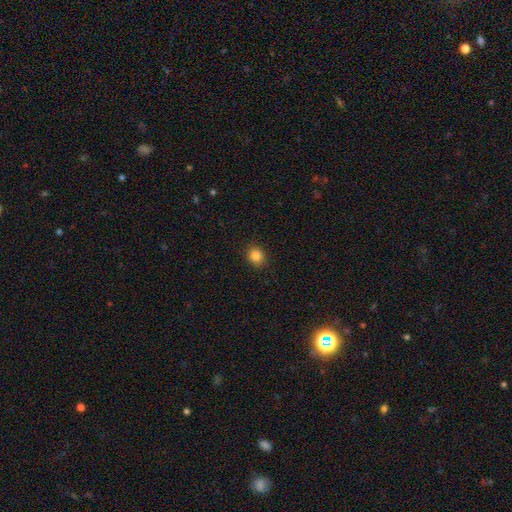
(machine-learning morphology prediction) The model was most divided on "how rounded": round: 70%, in between: 29%, cigar-shaped: 1%. More confident: merging — none (89%); smooth or featured — smooth (85%).